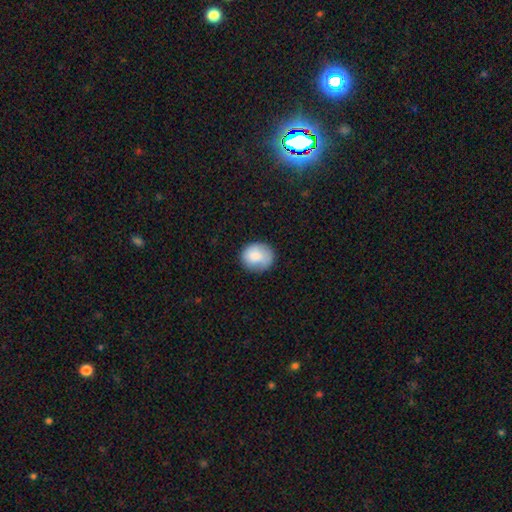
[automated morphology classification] smooth-or-featured: smooth: 83% | featured or disk: 10% | star or artifact: 7%
  how-rounded: round: 78% | in between: 21% | cigar-shaped: 1%
  merging: none: 74% | minor disturbance: 19% | major disturbance: 5% | merger: 2%